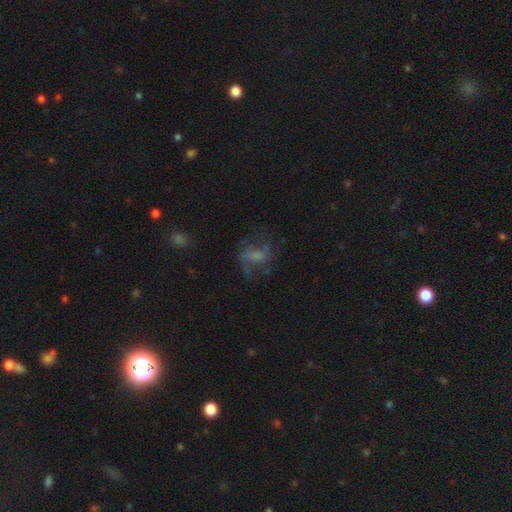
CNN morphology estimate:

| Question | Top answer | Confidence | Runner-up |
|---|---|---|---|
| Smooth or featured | featured or disk | 58% | smooth (28%) |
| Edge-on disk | no | 97% | yes (3%) |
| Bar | no | 46% | weak (41%) |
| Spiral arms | yes | 73% | no (27%) |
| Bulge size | none | 35% | moderate (28%) |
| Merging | none | 54% | major disturbance (25%) |